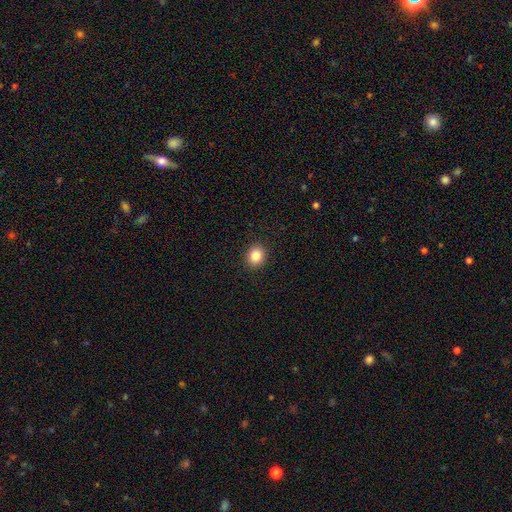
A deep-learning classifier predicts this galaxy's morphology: type=smooth (85%); roundness=round (73%); merging=none (91%).